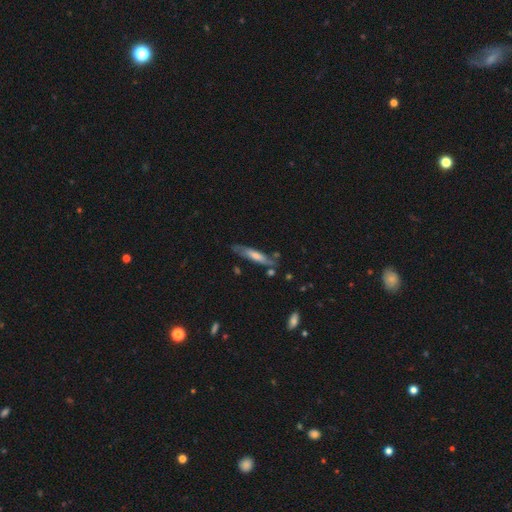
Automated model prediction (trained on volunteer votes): A featured or disk galaxy (53%) viewed edge-on (73%).

Vote fractions:
- Smooth or featured? featured or disk: 53% / smooth: 39% / star or artifact: 8%
- Edge-on disk? yes: 73% / no: 27%
- Merging? none: 71% / minor disturbance: 19% / major disturbance: 6% / merger: 5%